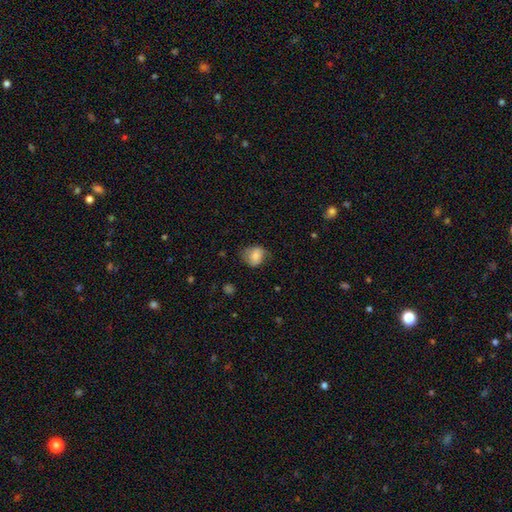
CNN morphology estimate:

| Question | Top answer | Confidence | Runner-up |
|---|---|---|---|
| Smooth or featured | smooth | 74% | featured or disk (17%) |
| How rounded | round | 58% | in between (41%) |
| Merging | none | 60% | minor disturbance (29%) |